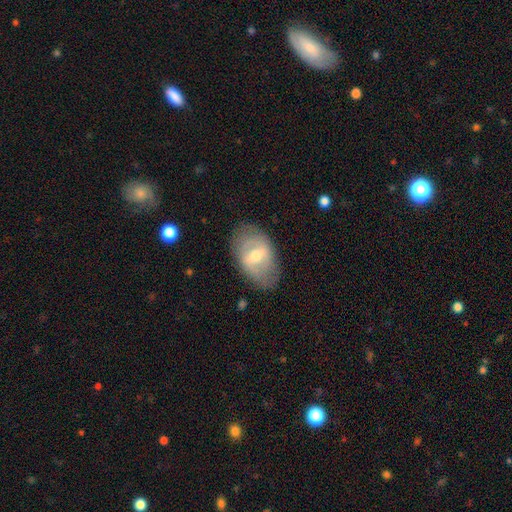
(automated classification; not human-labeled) Q: Smooth or featured?
A: featured or disk (61%); runner-up: smooth (32%)
Q: Edge-on disk?
A: no (92%); runner-up: yes (8%)
Q: Bar?
A: weak (49%); runner-up: strong (33%)
Q: Spiral arms?
A: no (51%); runner-up: yes (49%)
Q: Bulge size?
A: moderate (62%); runner-up: small (32%)
Q: Merging?
A: none (74%); runner-up: minor disturbance (18%)